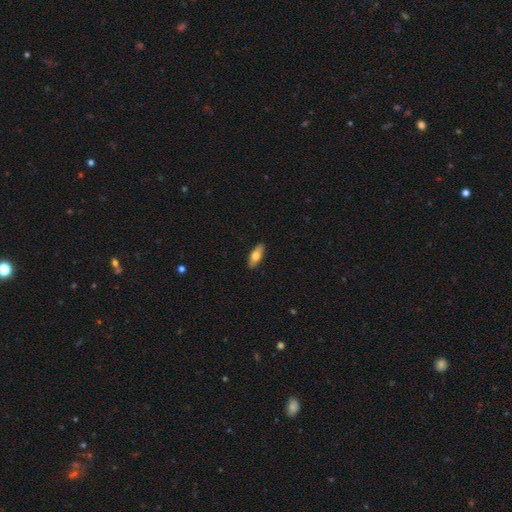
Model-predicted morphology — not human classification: Overall: smooth (65%; featured or disk 29%). How rounded: in between (70%). Merging: none (90%).